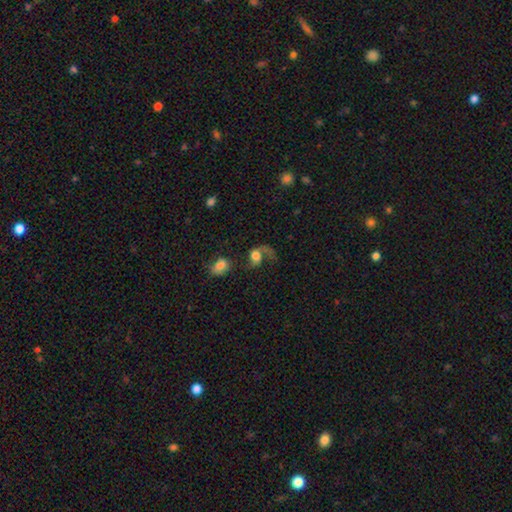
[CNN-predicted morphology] Smooth or featured? featured or disk (46%)
Merging? major disturbance (45%)